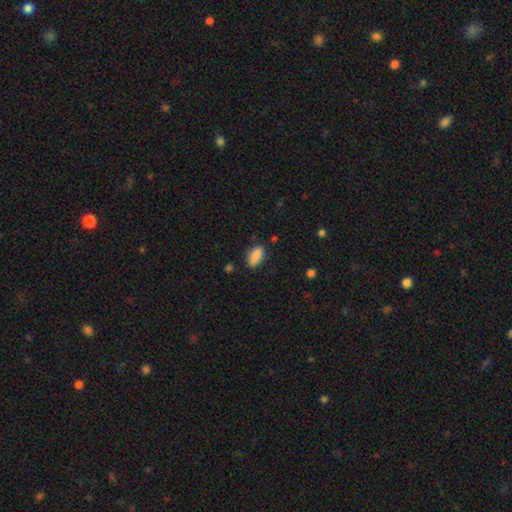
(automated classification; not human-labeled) Overall: smooth (87%). How rounded: in between (81%). Merging: none (82%).